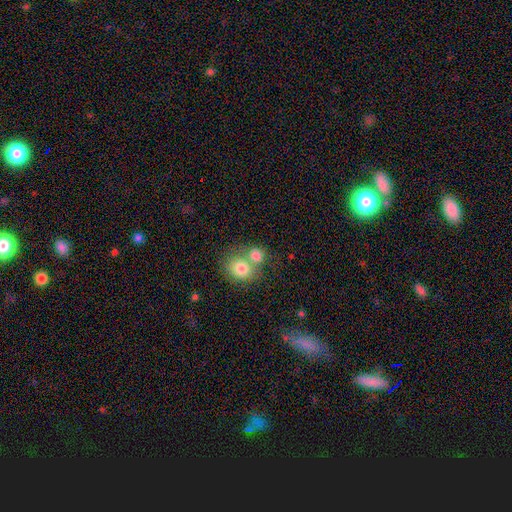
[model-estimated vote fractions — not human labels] Overall: smooth (79%). How rounded: round (73%). Merging: merger (55%; none 34%).